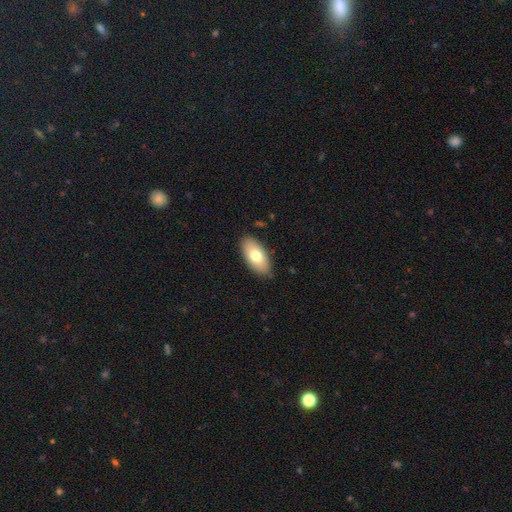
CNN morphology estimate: The model was most divided on "smooth or featured": smooth: 73%, featured or disk: 21%, star or artifact: 6%. More confident: how rounded — in between (92%); merging — none (83%).